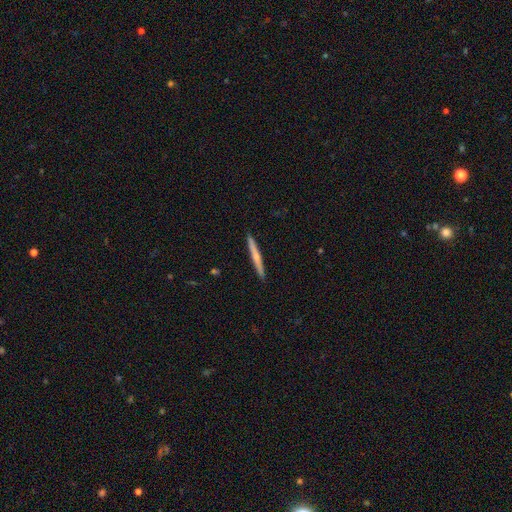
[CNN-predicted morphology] Smooth or featured? featured or disk (51%)
Edge-on disk? yes (97%)
Merging? none (93%)